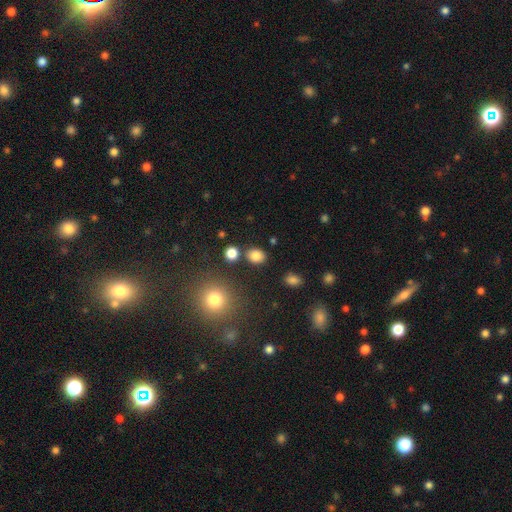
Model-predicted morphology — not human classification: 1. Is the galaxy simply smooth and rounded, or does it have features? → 83% smooth, 12% star or artifact, 5% featured or disk.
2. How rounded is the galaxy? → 51% in between, 48% round, 1% cigar-shaped.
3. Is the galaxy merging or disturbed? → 82% none, 9% minor disturbance, 6% merger, 3% major disturbance.